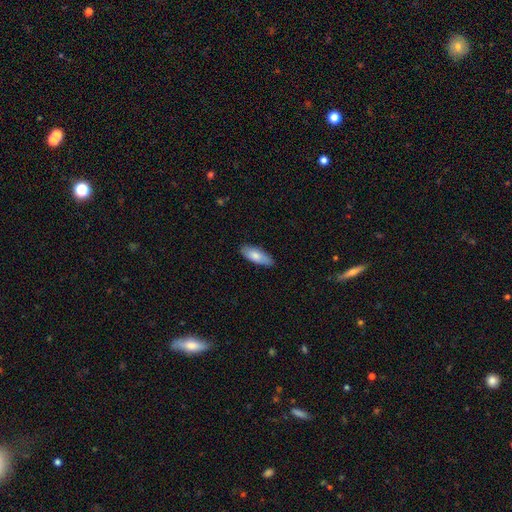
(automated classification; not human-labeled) This appears to be a smooth galaxy with no disk features (80%) that is in between round and cigar-shaped (74%). Merging: none (86%).